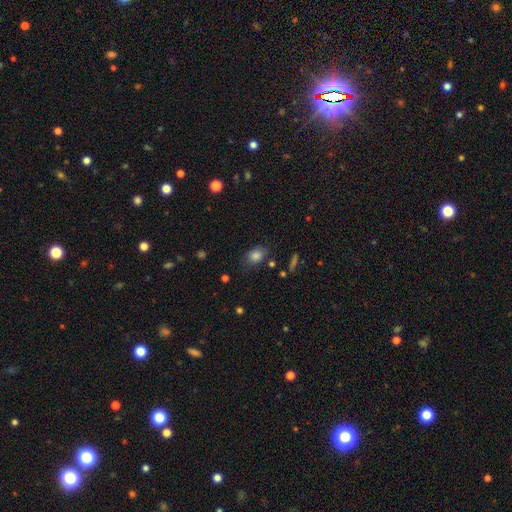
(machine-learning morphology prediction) Overall: smooth (82%). How rounded: in between (76%). Merging: none (76%).